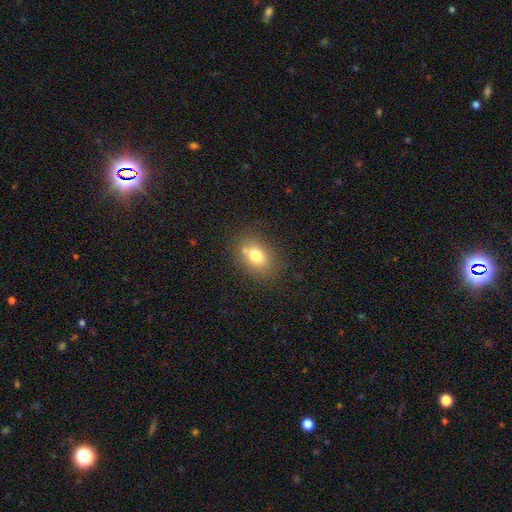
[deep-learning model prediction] smooth 75%, featured or disk 13%, star or artifact 12%. Down the decision tree: how rounded — in between (67%); merging — none (74%).